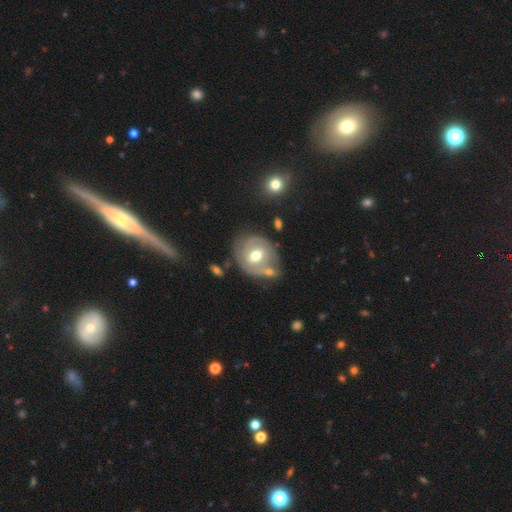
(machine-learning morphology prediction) type=featured or disk (57%); edge-on=no (95%); bar=weak (43%); spiral arms=no (51%); bulge=moderate (77%); merging=none (56%).